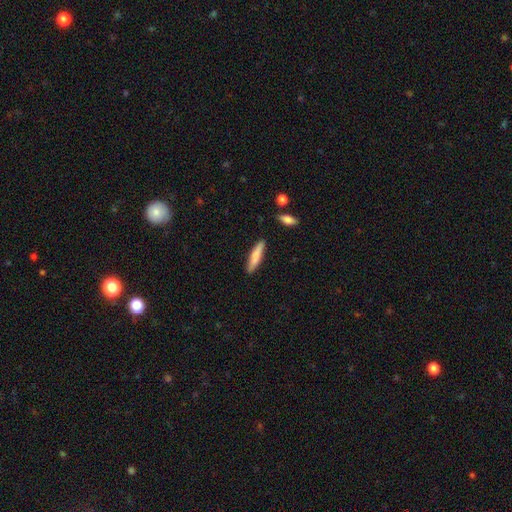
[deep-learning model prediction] The model was most divided on "smooth or featured": smooth: 78%, featured or disk: 17%, star or artifact: 6%. More confident: merging — none (87%); how rounded — cigar-shaped (84%).